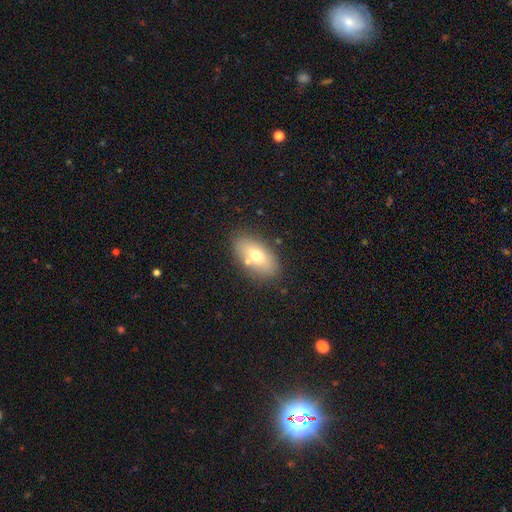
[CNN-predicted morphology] This appears to be a smooth galaxy with no disk features (68%) that is in between round and cigar-shaped (89%). Merging: none (76%).